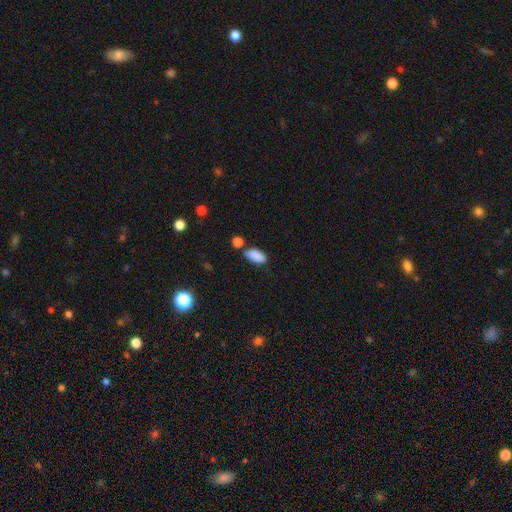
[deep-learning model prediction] A smooth galaxy with no disk features (87%) that is in between round and cigar-shaped (92%).

Vote fractions:
- Smooth or featured? smooth: 87% / star or artifact: 8% / featured or disk: 4%
- How rounded? in between: 92% / cigar-shaped: 4% / round: 3%
- Merging? none: 69% / minor disturbance: 16% / merger: 11% / major disturbance: 4%